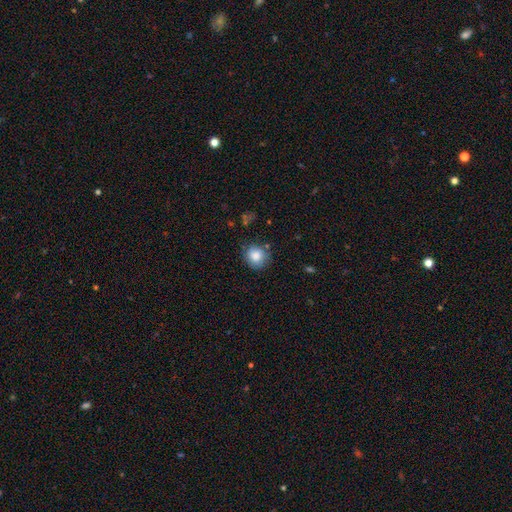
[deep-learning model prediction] Smooth or featured: smooth — 83% (star or artifact — 9%)
How rounded: round — 81% (in between — 18%)
Merging: none — 74% (minor disturbance — 18%)